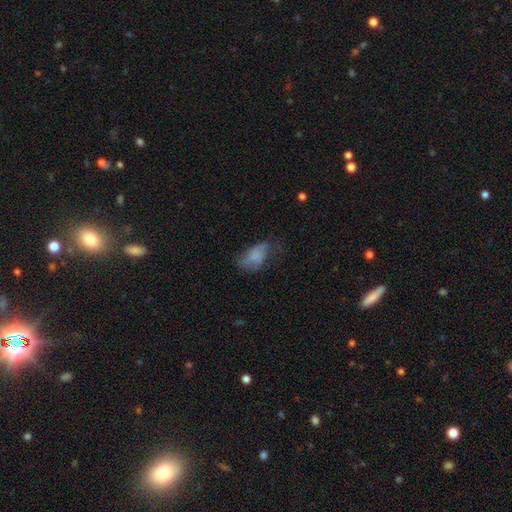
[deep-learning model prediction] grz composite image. It shows a smooth galaxy with no disk features (62%) that is in between round and cigar-shaped (91%). Merging: none (40%).